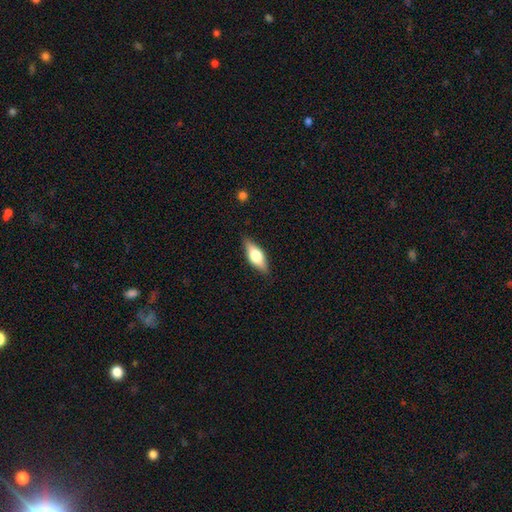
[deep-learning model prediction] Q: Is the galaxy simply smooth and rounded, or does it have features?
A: smooth — 53%.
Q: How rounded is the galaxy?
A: in between — 70%.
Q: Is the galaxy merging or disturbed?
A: none — 84%.